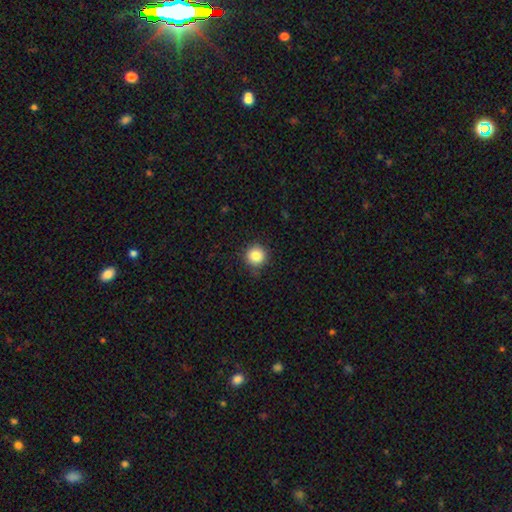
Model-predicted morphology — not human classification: Smooth or featured?
  - smooth: 84% *
  - star or artifact: 11%
  - featured or disk: 5%
How rounded?
  - round: 95% *
  - in between: 4%
  - cigar-shaped: 1%
Merging?
  - none: 86% *
  - minor disturbance: 11%
  - major disturbance: 2%
  - merger: 1%